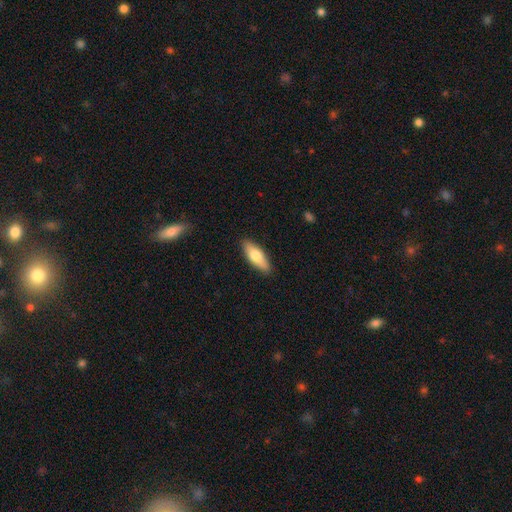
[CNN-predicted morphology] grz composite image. It shows a smooth galaxy with no disk features (70%) that is in between round and cigar-shaped (63%). Merging: none (88%).